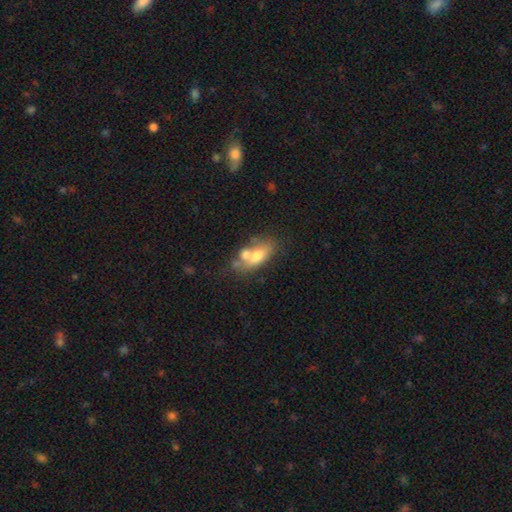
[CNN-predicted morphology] smooth 61%, featured or disk 30%, star or artifact 9%. Down the decision tree: how rounded — in between (80%); merging — merger (40%).